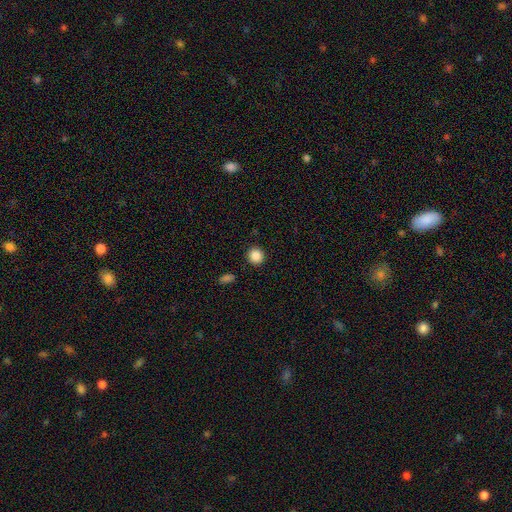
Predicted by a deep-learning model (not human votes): smooth 87%, star or artifact 10%, featured or disk 3%. Down the decision tree: how rounded — round (92%); merging — none (91%).